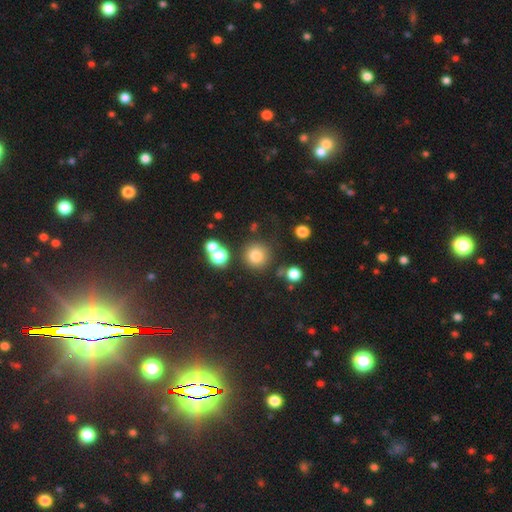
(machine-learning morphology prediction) This is likely a smooth galaxy (78%). How rounded: clearly round (94%). Merging: clearly none (80%).